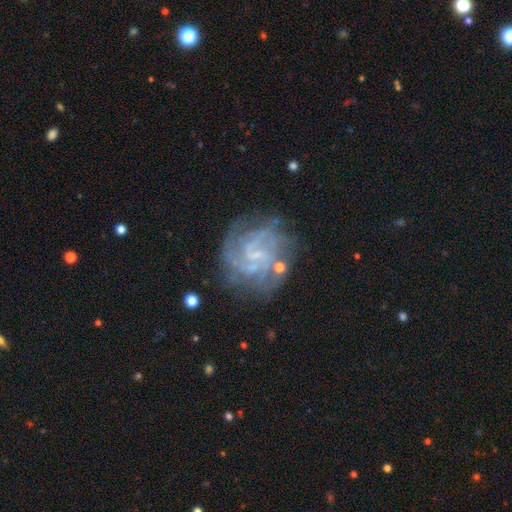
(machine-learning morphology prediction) Smooth or featured: featured or disk — 82% (star or artifact — 9%)
Edge-on disk: no — 98% (yes — 2%)
Bar: weak — 49% (no — 38%)
Spiral arms: yes — 92% (no — 8%)
Spiral winding: tight — 53% (medium — 36%)
Spiral arm count: can't tell — 30% (3 — 23%)
Bulge size: small — 61% (none — 29%)
Merging: none — 68% (minor disturbance — 16%)